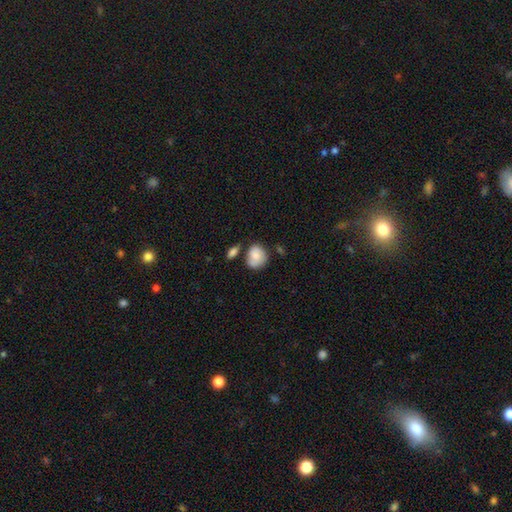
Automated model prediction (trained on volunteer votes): smooth_or_featured: smooth (p=0.80) [alt: featured or disk p=0.13]
how_rounded: round (p=0.66) [alt: in between p=0.33]
merging: none (p=0.55) [alt: minor disturbance p=0.25]